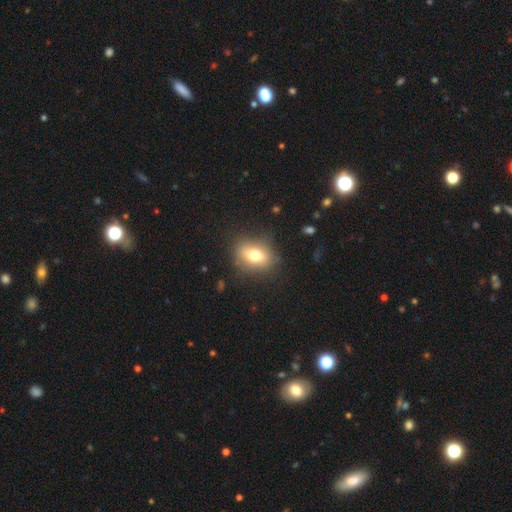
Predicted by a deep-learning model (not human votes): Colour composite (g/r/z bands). It shows a smooth galaxy with no disk features (72%) that is in between round and cigar-shaped (62%). Merging: none (82%).